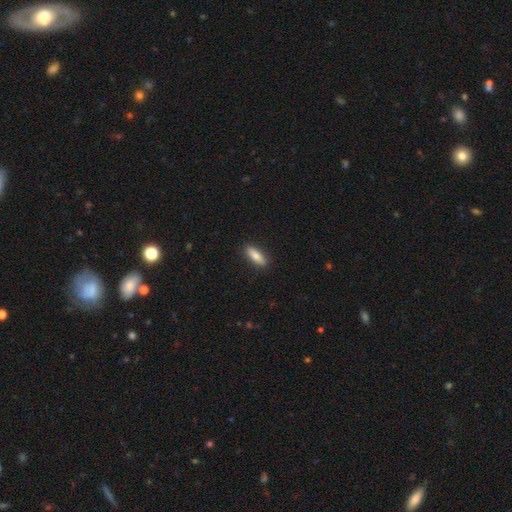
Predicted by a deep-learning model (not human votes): smooth 80%, featured or disk 14%, star or artifact 6%. Down the decision tree: how rounded — in between (57%); merging — none (89%).